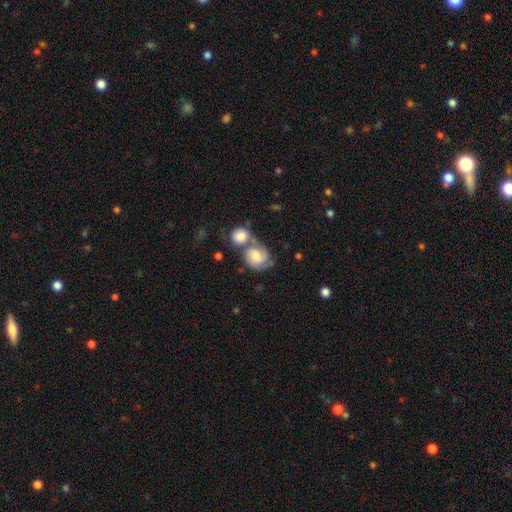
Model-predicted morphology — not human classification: featured or disk 52%, smooth 40%, star or artifact 7%. Down the decision tree: edge-on disk — no (97%); bar — no (68%); spiral arms — yes (87%); bulge size — moderate (45%); merging — merger (57%).